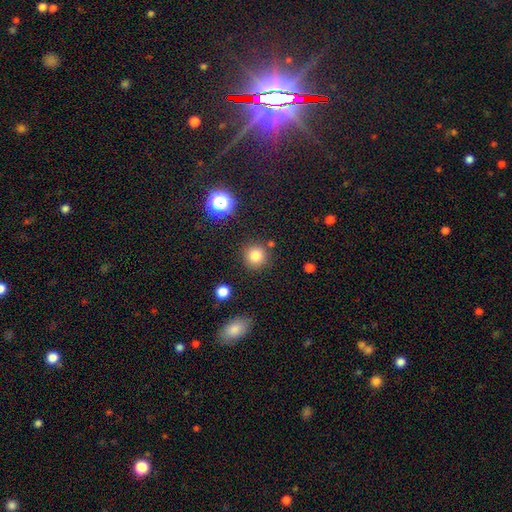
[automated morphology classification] Q: Smooth or featured?
A: smooth (81%); runner-up: star or artifact (13%)
Q: How rounded?
A: round (93%); runner-up: in between (6%)
Q: Merging?
A: none (86%); runner-up: minor disturbance (8%)